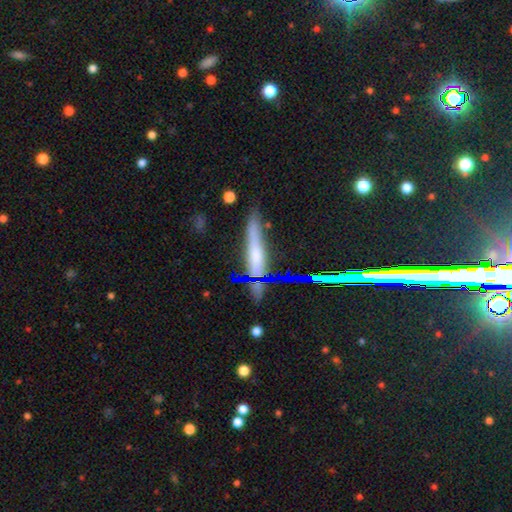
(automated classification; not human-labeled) Q: Smooth or featured?
A: featured or disk (49%); runner-up: smooth (33%)
Q: Merging?
A: none (69%); runner-up: minor disturbance (19%)